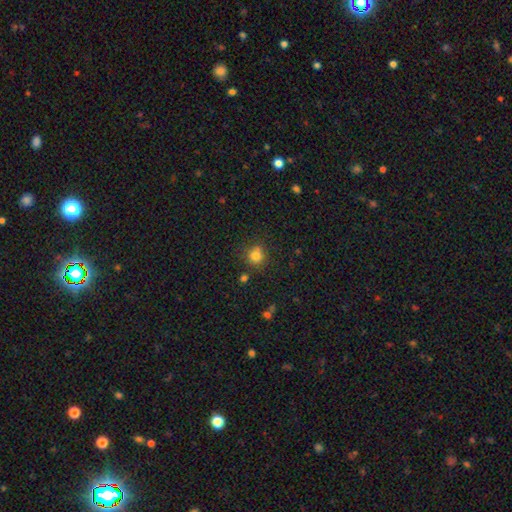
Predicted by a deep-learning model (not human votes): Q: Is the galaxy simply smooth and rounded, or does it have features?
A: smooth — 79%.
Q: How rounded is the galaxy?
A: round — 88%.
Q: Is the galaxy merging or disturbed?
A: none — 75%.